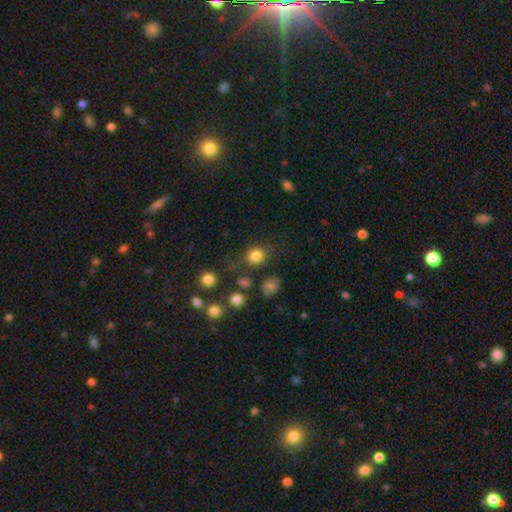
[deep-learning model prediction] Overall: smooth (82%). How rounded: round (78%). Merging: none (75%).